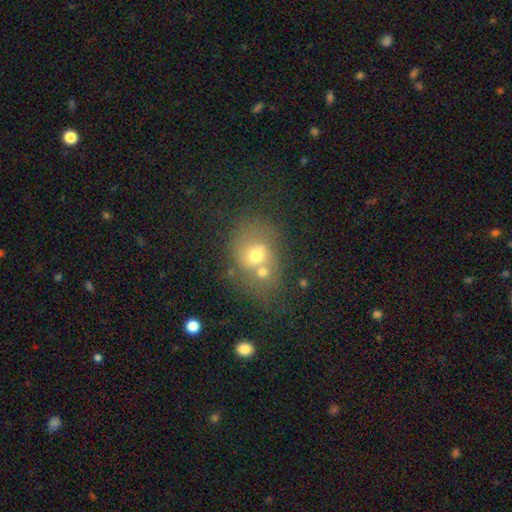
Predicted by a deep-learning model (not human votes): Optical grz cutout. It shows a smooth galaxy with no disk features (57%) that is round (55%). Merging: merger (49%).